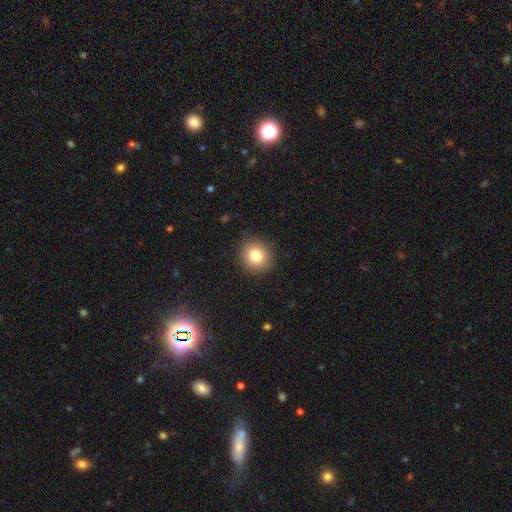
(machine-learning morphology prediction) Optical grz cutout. It shows a smooth galaxy with no disk features (82%) that is round (82%). Merging: none (90%).